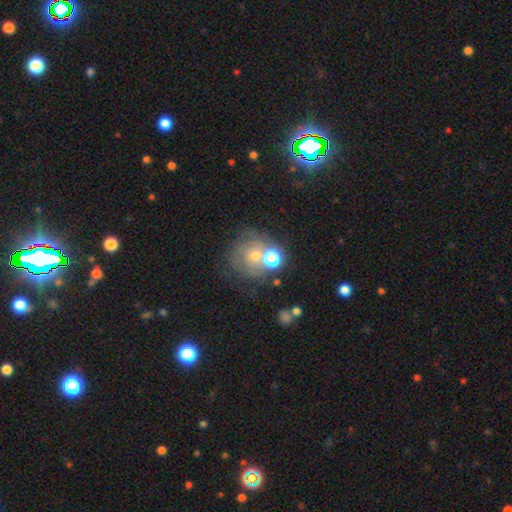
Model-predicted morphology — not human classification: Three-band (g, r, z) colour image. It shows a featured or disk galaxy (48%). Merging: none (52%).